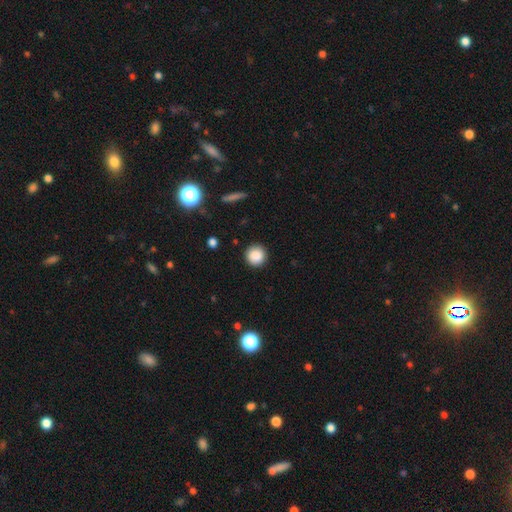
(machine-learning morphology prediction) The model was most divided on "smooth or featured": smooth: 88%, star or artifact: 9%, featured or disk: 4%. More confident: how rounded — round (94%); merging — none (90%).